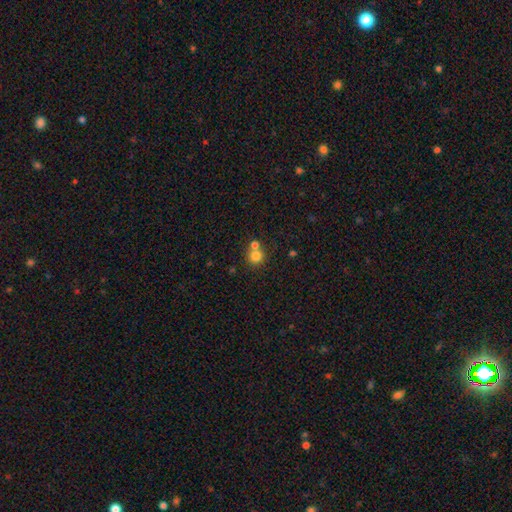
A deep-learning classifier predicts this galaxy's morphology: Smooth or featured? smooth (79%)
How rounded? round (89%)
Merging? none (53%)